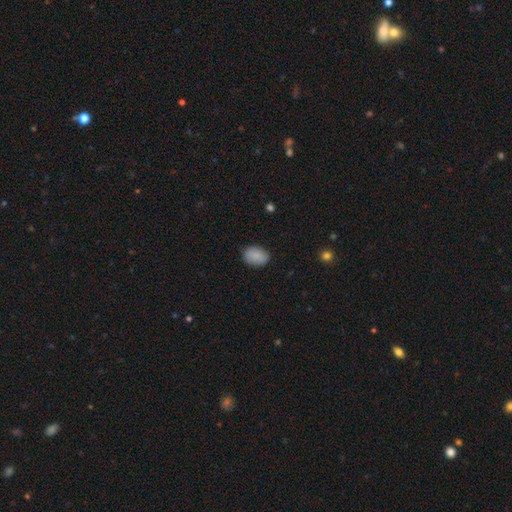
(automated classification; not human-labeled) The model was most divided on "how rounded": in between: 77%, round: 22%, cigar-shaped: 1%. More confident: smooth or featured — smooth (88%); merging — none (84%).